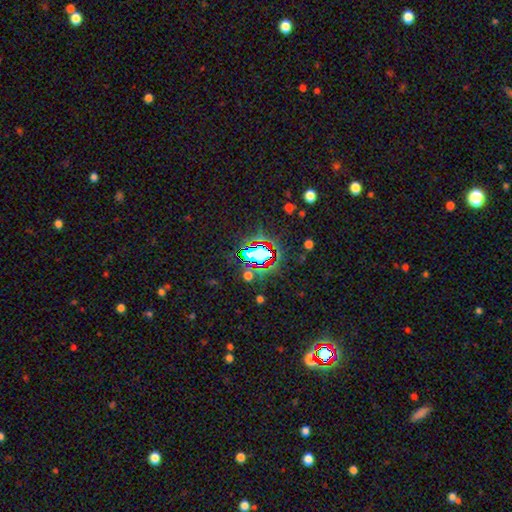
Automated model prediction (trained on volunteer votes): Overall: star or artifact (64%).